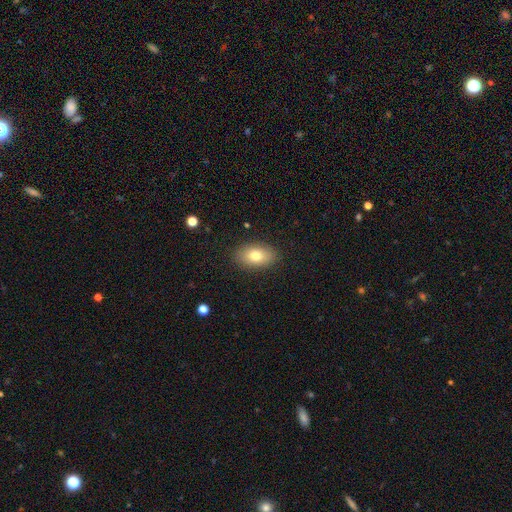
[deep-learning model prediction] Q: Smooth or featured?
A: smooth (77%); runner-up: featured or disk (15%)
Q: How rounded?
A: in between (90%); runner-up: round (8%)
Q: Merging?
A: none (87%); runner-up: minor disturbance (9%)